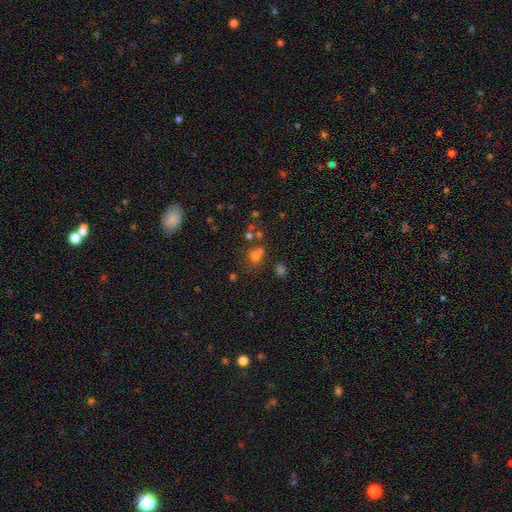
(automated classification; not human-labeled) This is likely a smooth galaxy (63%). How rounded: clearly round (81%). Merging: possibly none (54%).